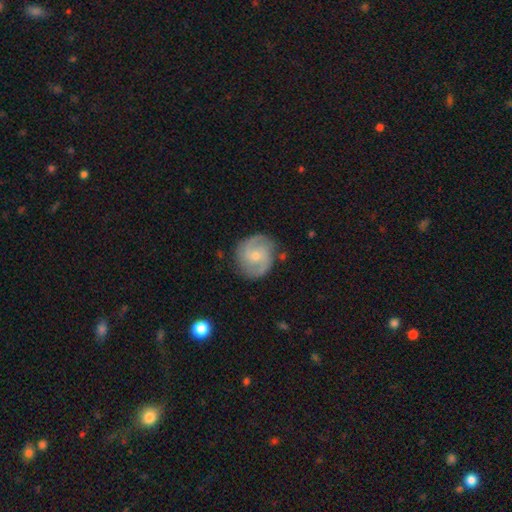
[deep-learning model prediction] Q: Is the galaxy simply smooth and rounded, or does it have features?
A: featured or disk — 79%.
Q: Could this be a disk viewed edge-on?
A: no — 98%.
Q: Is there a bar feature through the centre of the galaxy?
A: no — 60%.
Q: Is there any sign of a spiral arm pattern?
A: yes — 95%.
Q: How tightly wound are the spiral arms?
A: medium — 47%.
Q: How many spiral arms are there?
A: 2 — 73%.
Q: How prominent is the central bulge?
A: small — 58%.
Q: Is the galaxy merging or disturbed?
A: none — 80%.